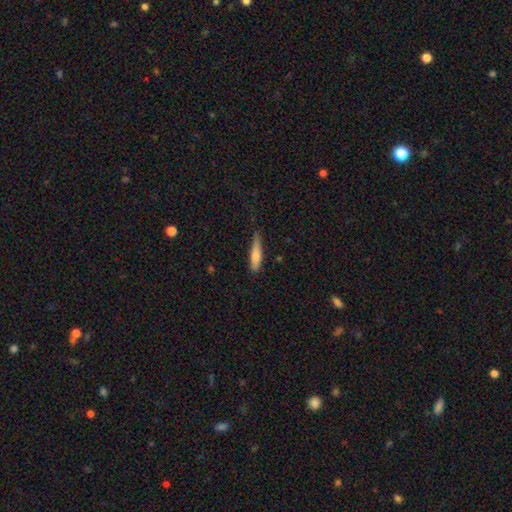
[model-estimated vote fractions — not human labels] smooth 74%, featured or disk 20%, star or artifact 6%. Down the decision tree: how rounded — cigar-shaped (80%); merging — none (62%).